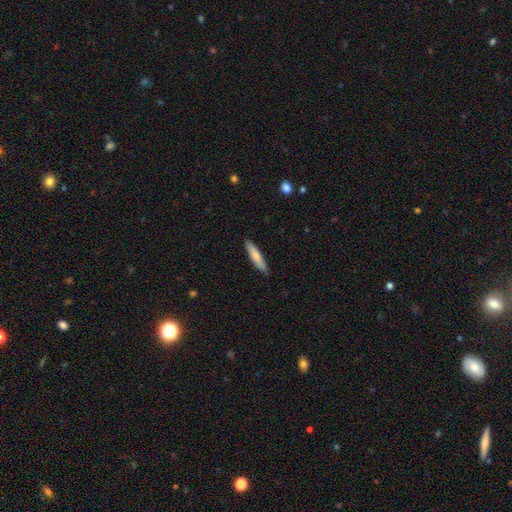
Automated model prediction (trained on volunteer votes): A smooth galaxy with no disk features (76%) that is cigar-shaped (85%).

Vote fractions:
- Smooth or featured? smooth: 76% / featured or disk: 19% / star or artifact: 5%
- How rounded? cigar-shaped: 85% / in between: 14% / round: 1%
- Merging? none: 87% / minor disturbance: 10% / major disturbance: 2% / merger: 1%